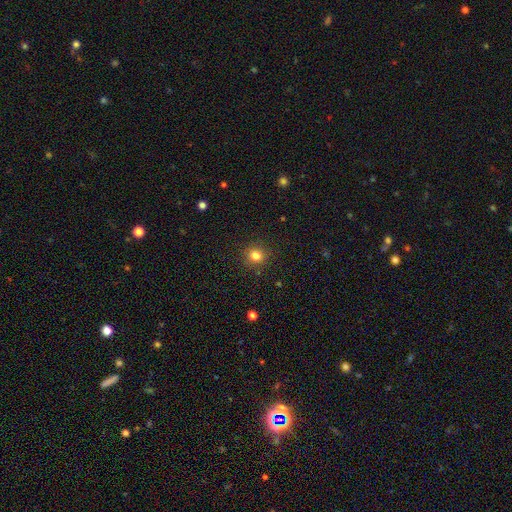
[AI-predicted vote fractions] A smooth galaxy with no disk features (81%) that is round (90%).

Vote fractions:
- Smooth or featured? smooth: 81% / star or artifact: 13% / featured or disk: 6%
- How rounded? round: 90% / in between: 9% / cigar-shaped: 1%
- Merging? none: 90% / minor disturbance: 6% / major disturbance: 2% / merger: 1%